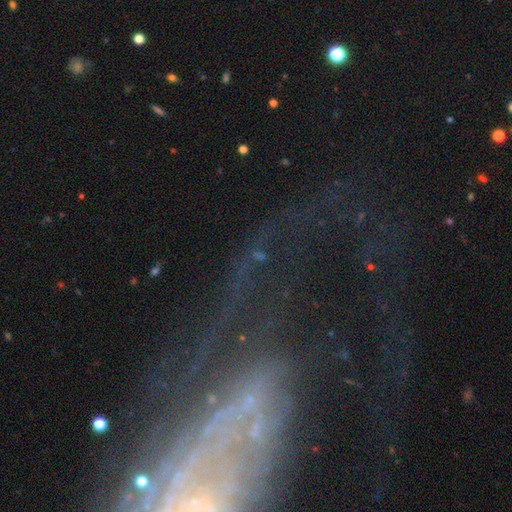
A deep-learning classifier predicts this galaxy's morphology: The model was most divided on "smooth or featured": star or artifact: 45%, featured or disk: 40%, smooth: 15%.